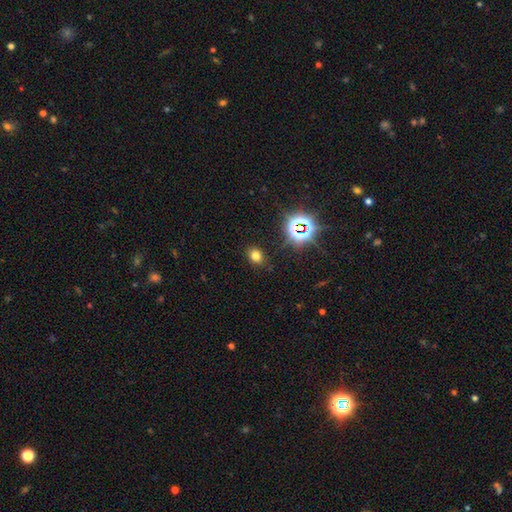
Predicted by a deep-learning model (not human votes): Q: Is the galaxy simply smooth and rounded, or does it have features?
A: smooth — 70%.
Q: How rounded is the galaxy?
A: in between — 53%.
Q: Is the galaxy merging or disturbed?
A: none — 86%.